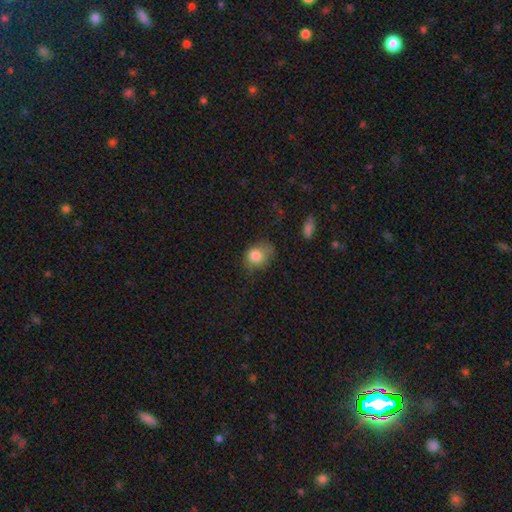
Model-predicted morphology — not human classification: smooth_or_featured: smooth (p=0.82) [alt: star or artifact p=0.10]
how_rounded: round (p=0.55) [alt: in between p=0.44]
merging: none (p=0.49) [alt: minor disturbance p=0.33]